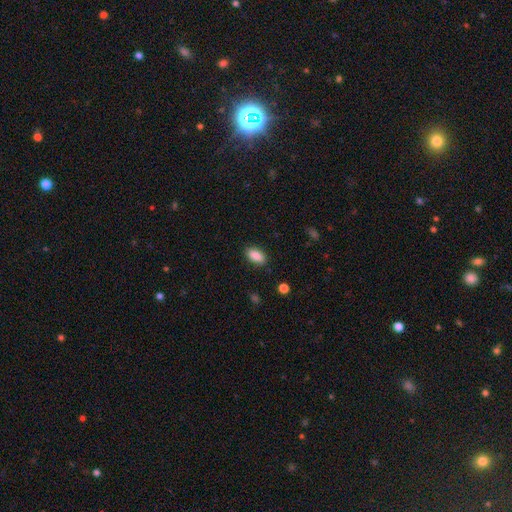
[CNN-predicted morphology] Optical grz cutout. It shows a smooth galaxy with no disk features (89%) that is in between round and cigar-shaped (92%). Merging: none (88%).